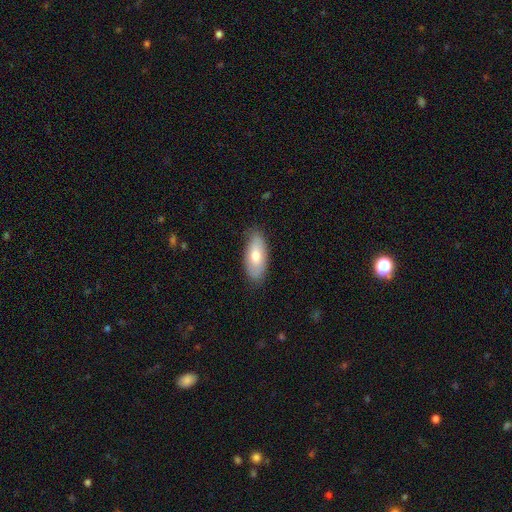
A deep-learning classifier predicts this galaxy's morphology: This is likely a smooth galaxy (70%). How rounded: clearly in between (86%). Merging: clearly none (83%).